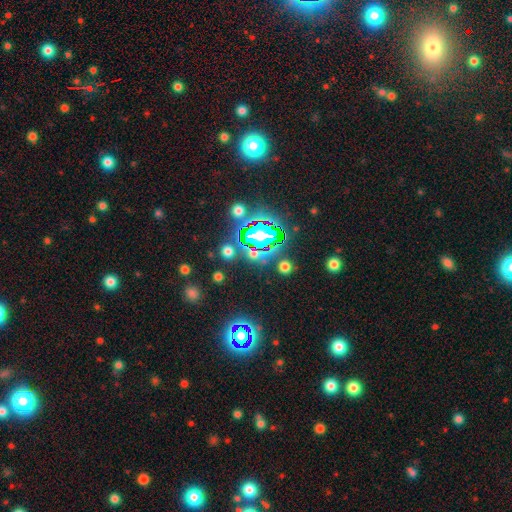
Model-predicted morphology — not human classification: Smooth or featured?
  - star or artifact: 81% *
  - smooth: 12%
  - featured or disk: 7%